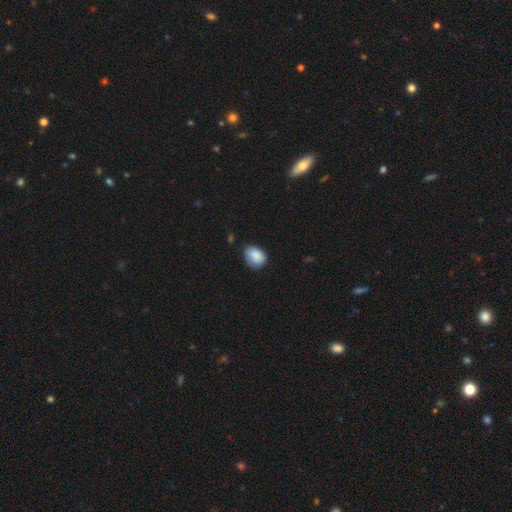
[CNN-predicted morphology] type=smooth (86%); roundness=in between (67%); merging=none (64%).